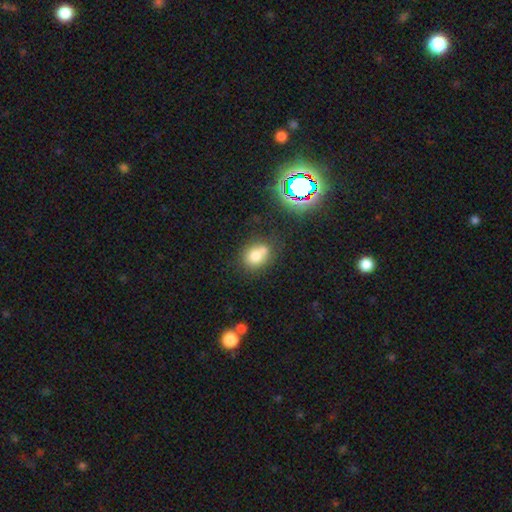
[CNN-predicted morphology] A smooth galaxy with no disk features (72%) that is round (61%). Merging: none (46%).